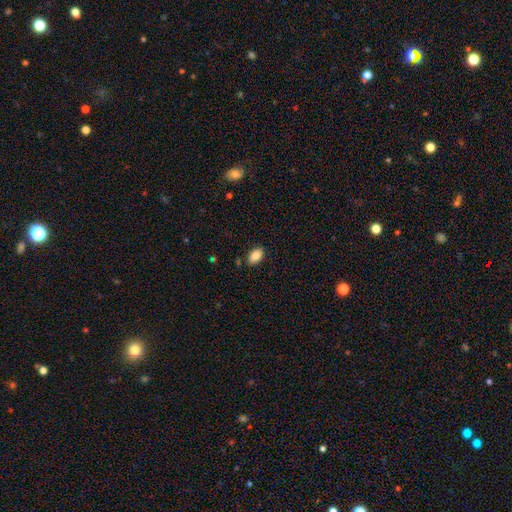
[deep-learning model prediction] Smooth or featured? Predicted: smooth (p=0.87). How rounded? Predicted: in between (p=0.92). Merging? Predicted: none (p=0.86).